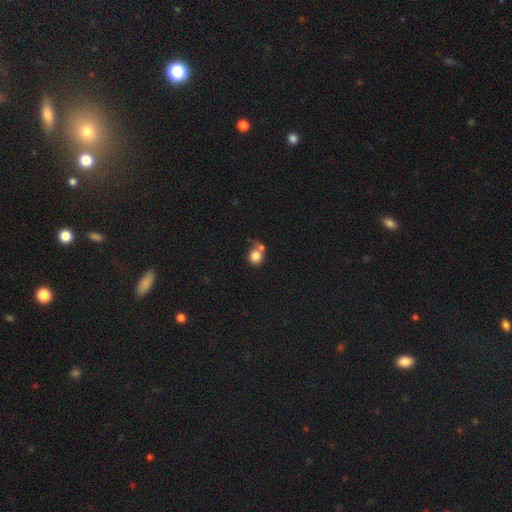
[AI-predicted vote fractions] This is clearly a smooth galaxy (81%). How rounded: clearly round (87%). Merging: possibly none (48%).